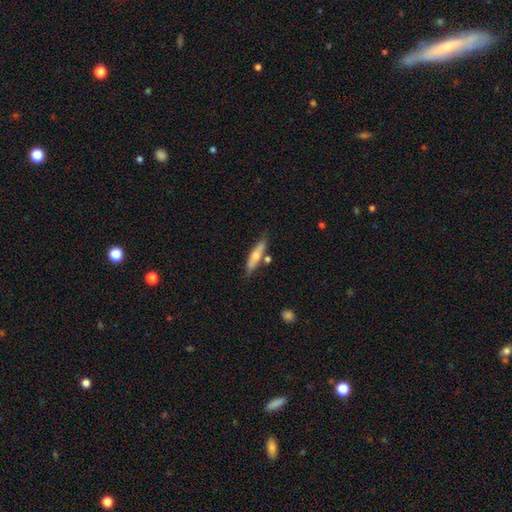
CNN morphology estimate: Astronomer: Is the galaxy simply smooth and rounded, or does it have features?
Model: smooth — 50% (runner-up: featured or disk, 43%).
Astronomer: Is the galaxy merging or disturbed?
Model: none — 75%.